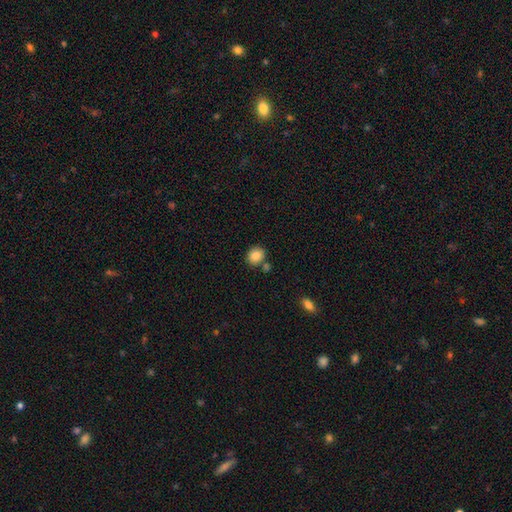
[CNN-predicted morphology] Smooth or featured?
  - smooth: 86% *
  - star or artifact: 9%
  - featured or disk: 5%
How rounded?
  - round: 71% *
  - in between: 28%
  - cigar-shaped: 1%
Merging?
  - none: 73% *
  - merger: 12%
  - minor disturbance: 11%
  - major disturbance: 3%